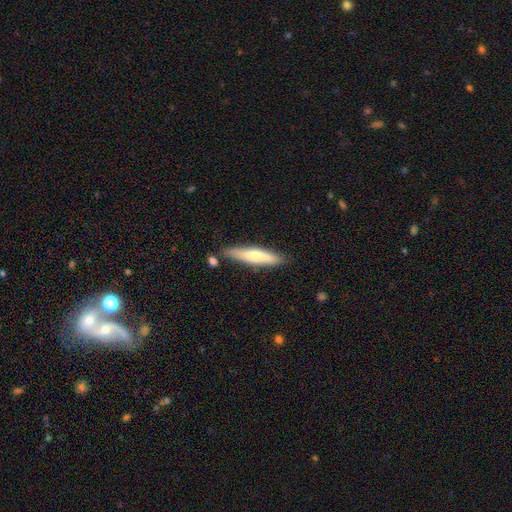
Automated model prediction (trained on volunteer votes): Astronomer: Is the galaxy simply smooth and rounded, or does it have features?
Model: smooth — 65%.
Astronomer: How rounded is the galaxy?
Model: cigar-shaped — 84%.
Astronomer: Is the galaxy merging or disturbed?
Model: none — 79%.